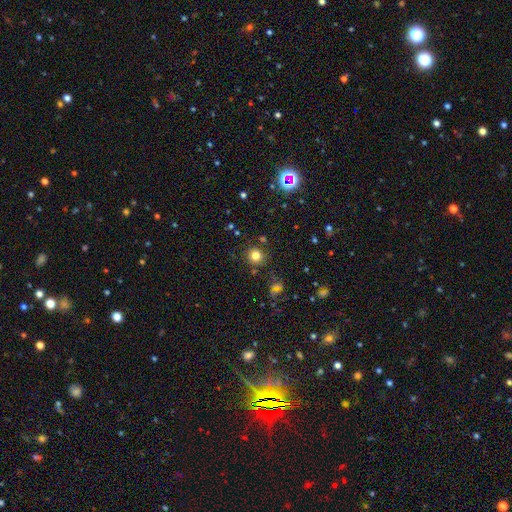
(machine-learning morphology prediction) smooth 78%, star or artifact 16%, featured or disk 6%. Down the decision tree: how rounded — round (92%); merging — none (86%).